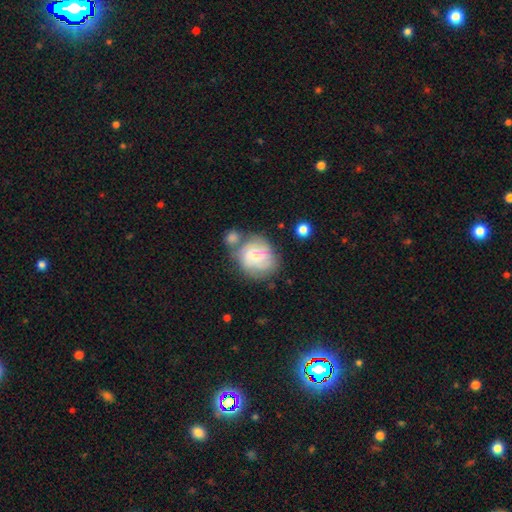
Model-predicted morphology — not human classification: This is possibly a featured or disk galaxy (51%). It is clearly not viewed edge-on (97%). Merging: possibly none (48%).